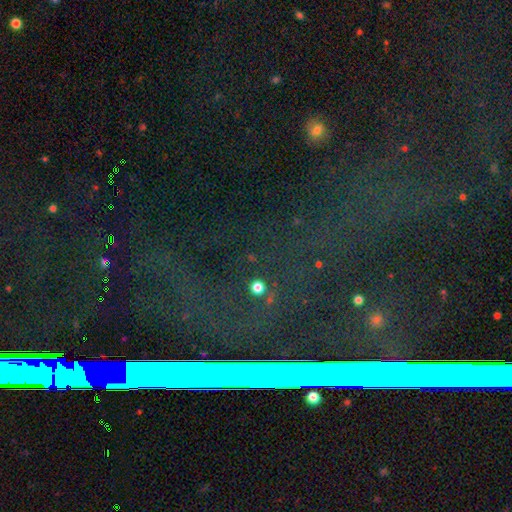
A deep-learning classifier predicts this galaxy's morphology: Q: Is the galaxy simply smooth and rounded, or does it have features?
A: star or artifact — 78%.